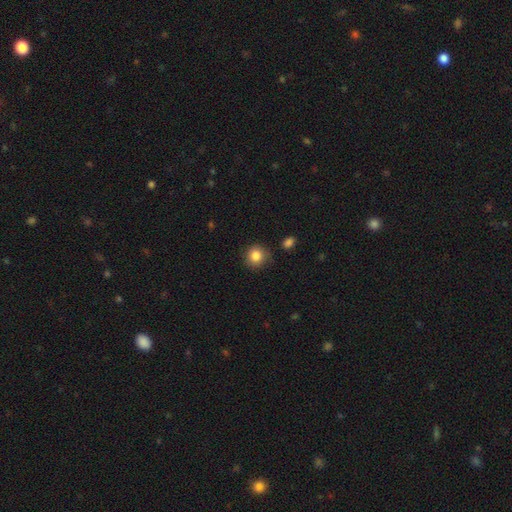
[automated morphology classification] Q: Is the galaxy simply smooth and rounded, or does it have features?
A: smooth — 85%.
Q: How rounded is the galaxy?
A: round — 90%.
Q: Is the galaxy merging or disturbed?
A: none — 85%.